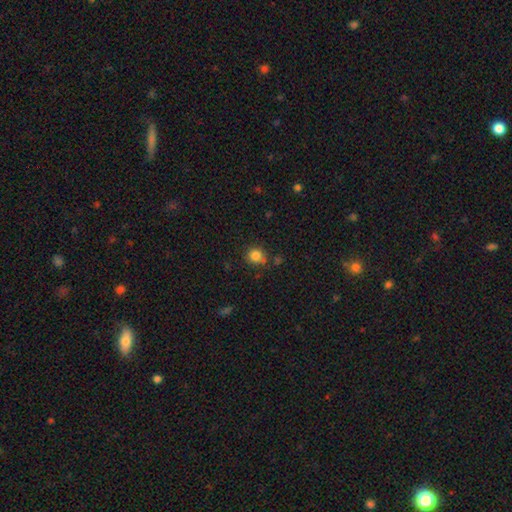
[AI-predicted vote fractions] This appears to be a smooth galaxy with no disk features (83%) that is round (83%). Merging: none (72%).